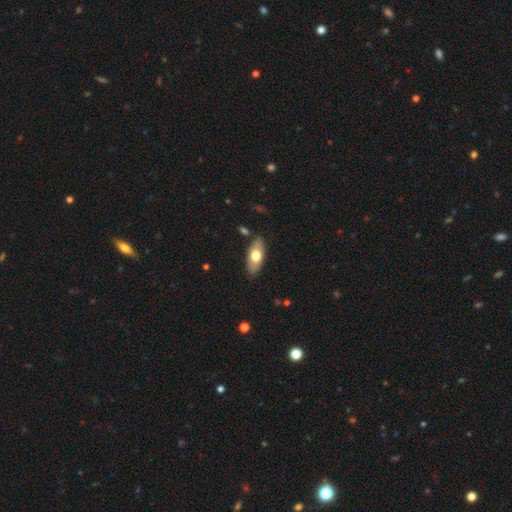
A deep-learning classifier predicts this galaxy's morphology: This appears to be a smooth galaxy with no disk features (65%) that is in between round and cigar-shaped (85%). Merging: none (85%).